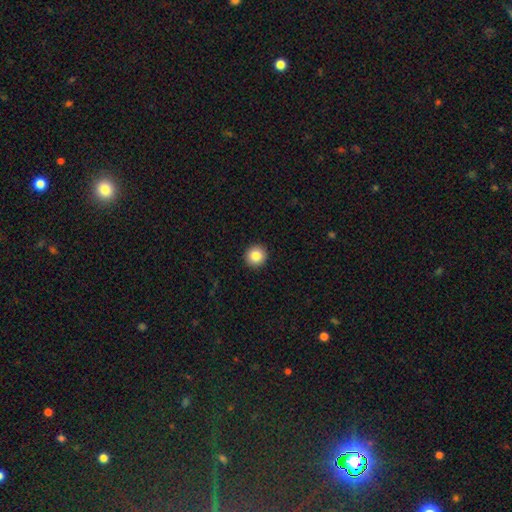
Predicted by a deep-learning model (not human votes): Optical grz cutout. It shows a smooth galaxy with no disk features (84%) that is round (95%). Merging: none (94%).